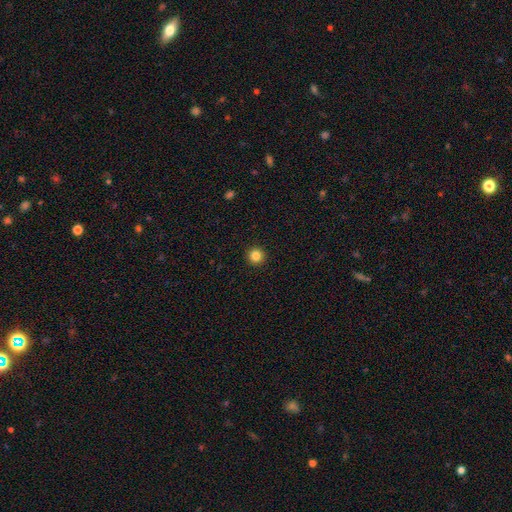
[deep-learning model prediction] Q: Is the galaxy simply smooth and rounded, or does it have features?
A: smooth — 85%.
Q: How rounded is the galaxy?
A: round — 96%.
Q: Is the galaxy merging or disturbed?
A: none — 94%.